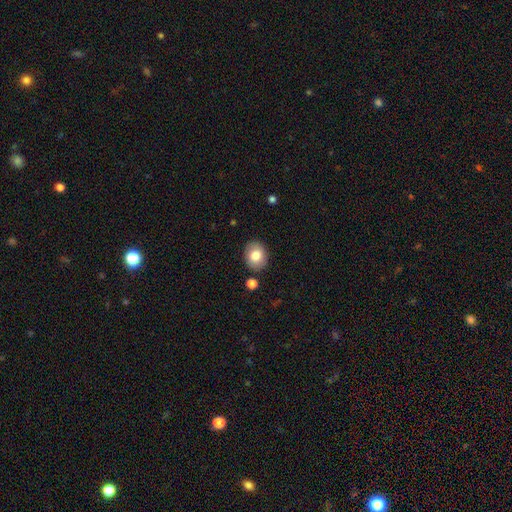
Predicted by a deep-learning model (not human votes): Smooth or featured: smooth — 81% (featured or disk — 11%)
How rounded: in between — 50% (round — 49%)
Merging: none — 86% (minor disturbance — 9%)